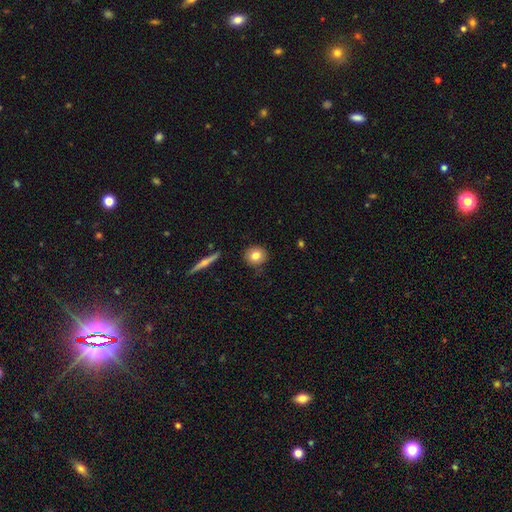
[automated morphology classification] A smooth galaxy with no disk features (79%) that is round (88%).

Vote fractions:
- Smooth or featured? smooth: 79% / featured or disk: 13% / star or artifact: 9%
- How rounded? round: 88% / in between: 10% / cigar-shaped: 2%
- Merging? none: 86% / minor disturbance: 10% / major disturbance: 2% / merger: 2%